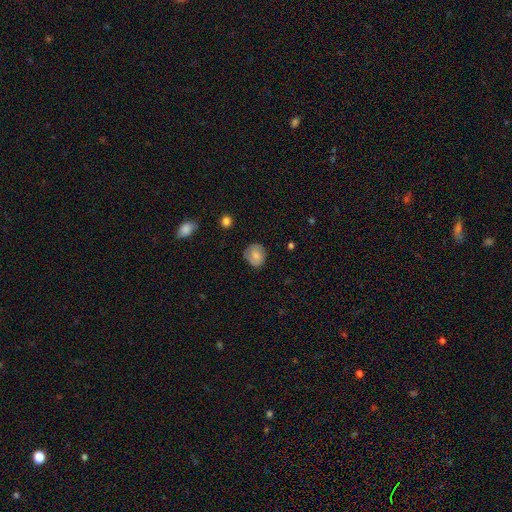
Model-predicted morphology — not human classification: This is likely a smooth galaxy (72%). How rounded: likely round (79%). Merging: likely none (77%).